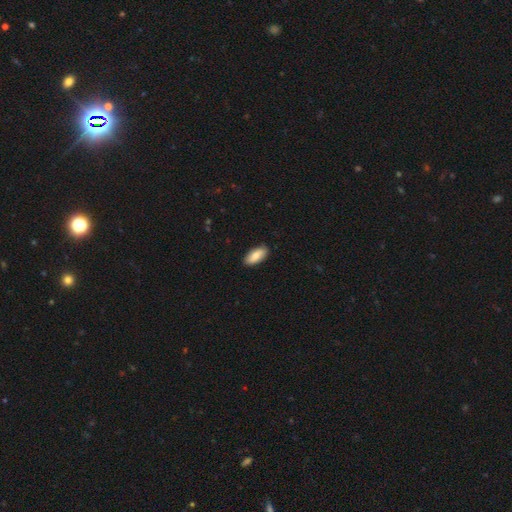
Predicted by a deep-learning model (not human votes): This is clearly a smooth galaxy (84%). How rounded: clearly in between (86%). Merging: clearly none (89%).